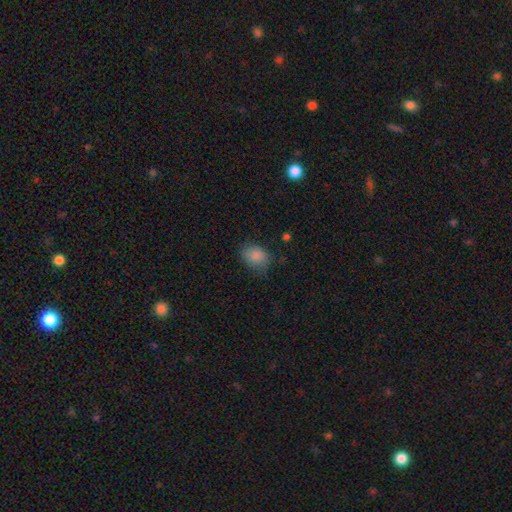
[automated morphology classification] smooth 86%, star or artifact 9%, featured or disk 6%. Down the decision tree: how rounded — in between (62%); merging — none (68%).